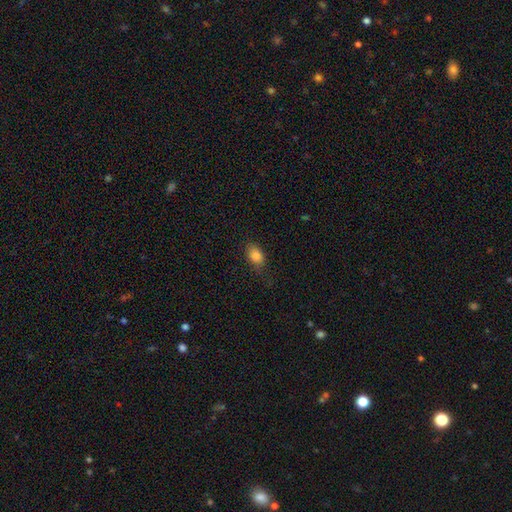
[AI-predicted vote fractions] Morphology: type=smooth (85%); roundness=in between (82%); merging=none (70%).